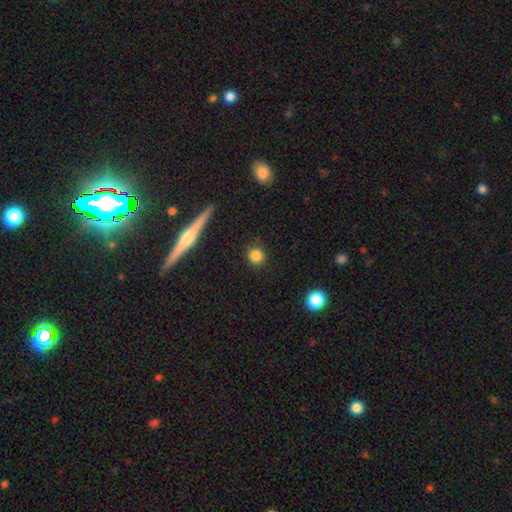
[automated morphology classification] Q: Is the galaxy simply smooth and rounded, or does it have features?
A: smooth — 84%.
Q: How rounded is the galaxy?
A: round — 91%.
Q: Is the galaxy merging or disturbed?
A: none — 89%.